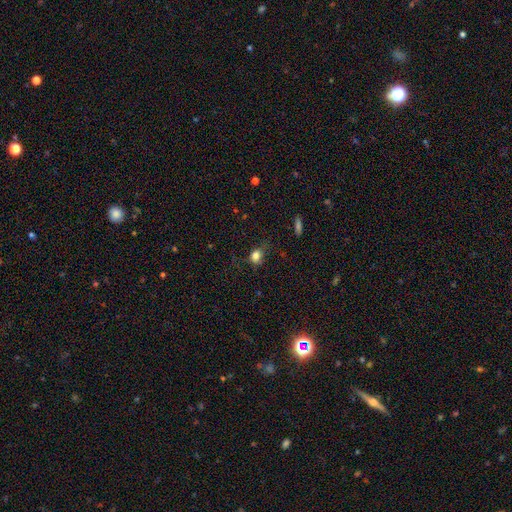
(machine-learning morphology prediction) smooth-or-featured: smooth: 81% | star or artifact: 12% | featured or disk: 7%
  how-rounded: in between: 51% | round: 47% | cigar-shaped: 2%
  merging: none: 65% | minor disturbance: 24% | major disturbance: 10% | merger: 2%